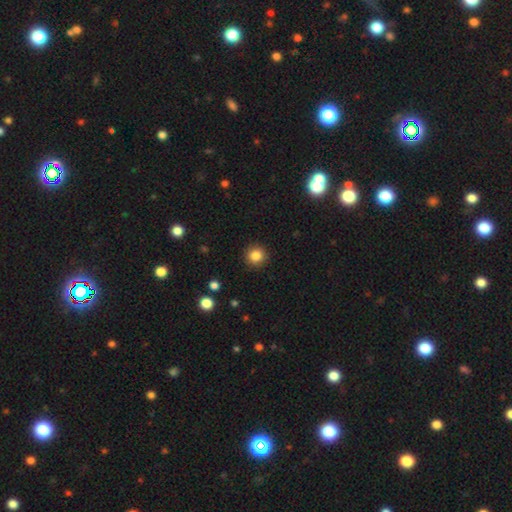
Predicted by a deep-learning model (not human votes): smooth 84%, star or artifact 11%, featured or disk 5%. Down the decision tree: how rounded — round (94%); merging — none (92%).